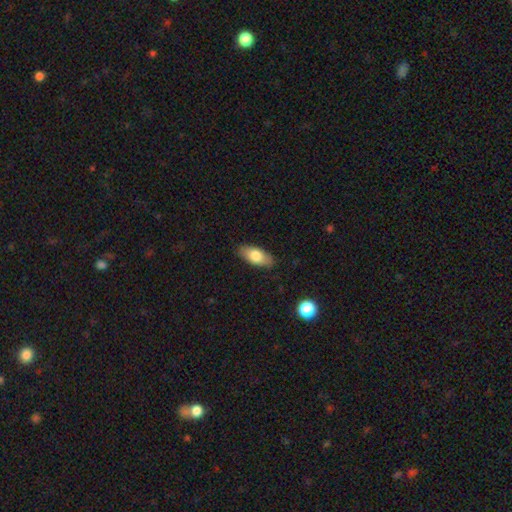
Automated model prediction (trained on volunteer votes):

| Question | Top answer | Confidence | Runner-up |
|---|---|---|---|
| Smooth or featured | smooth | 76% | featured or disk (18%) |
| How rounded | in between | 86% | cigar-shaped (11%) |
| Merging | none | 85% | minor disturbance (11%) |